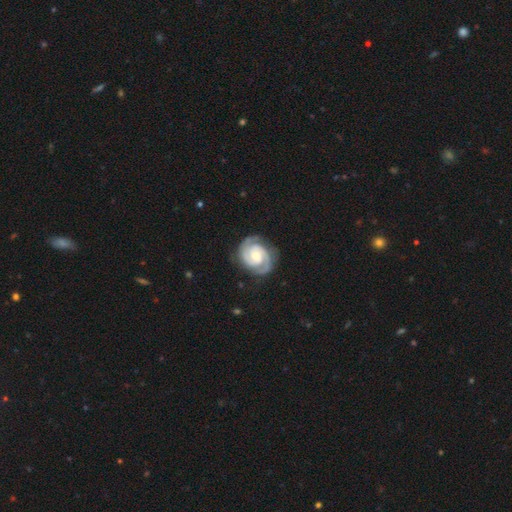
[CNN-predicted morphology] Smooth or featured? Predicted: featured or disk (p=0.92). Edge-on disk? Predicted: no (p=0.98). Bar? Predicted: no (p=0.57). Spiral arms? Predicted: yes (p=0.98). Spiral winding? Predicted: tight (p=0.65). Spiral arm count? Predicted: 2 (p=0.87). Bulge size? Predicted: moderate (p=0.54). Merging? Predicted: none (p=0.81).